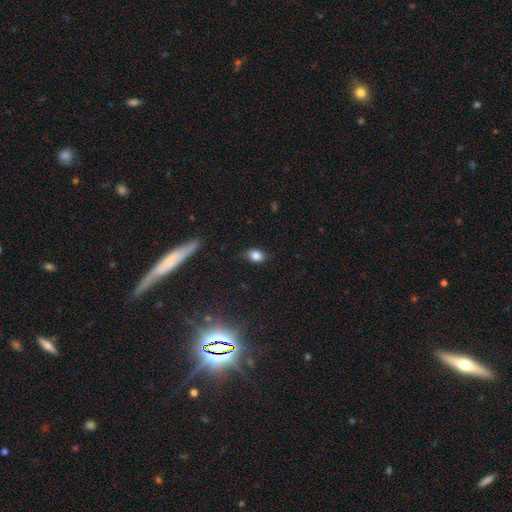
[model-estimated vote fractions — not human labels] Smooth or featured? smooth (82%)
How rounded? in between (74%)
Merging? none (77%)